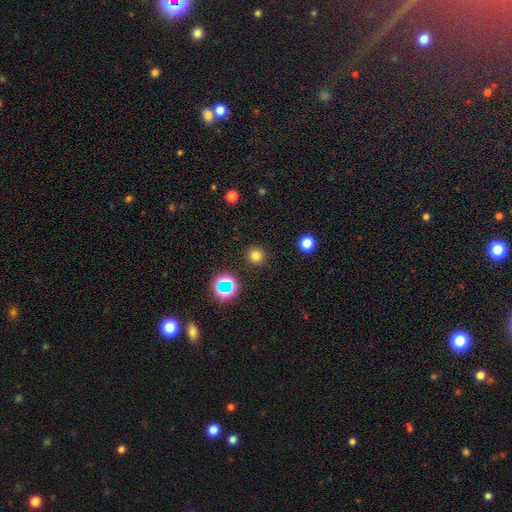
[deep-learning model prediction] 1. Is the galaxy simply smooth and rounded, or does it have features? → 77% smooth, 18% star or artifact, 5% featured or disk.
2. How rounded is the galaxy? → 94% round, 5% in between, 1% cigar-shaped.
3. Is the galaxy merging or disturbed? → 91% none, 5% minor disturbance, 2% major disturbance, 1% merger.